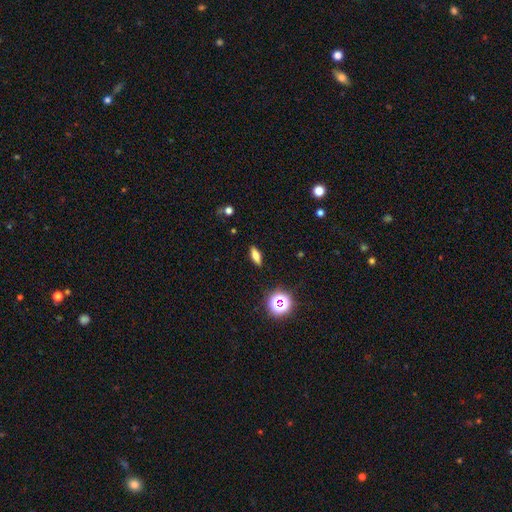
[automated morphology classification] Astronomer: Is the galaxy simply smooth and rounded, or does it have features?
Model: smooth — 68%.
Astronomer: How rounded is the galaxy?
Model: in between — 62%.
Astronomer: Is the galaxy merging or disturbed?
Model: none — 89%.